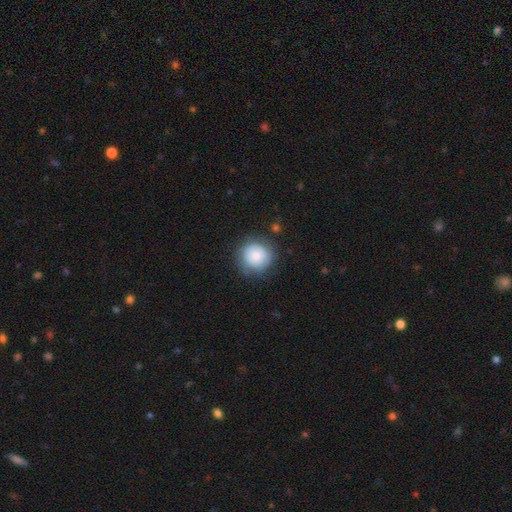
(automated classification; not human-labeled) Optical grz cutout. It shows a smooth galaxy with no disk features (79%) that is round (93%). Merging: none (78%).